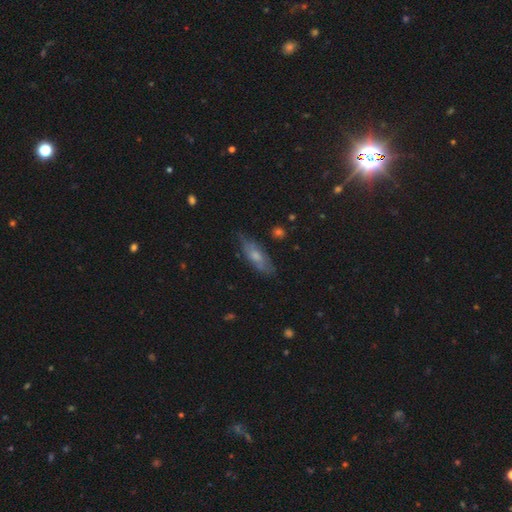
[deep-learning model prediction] Smooth or featured?
  - smooth: 51% *
  - featured or disk: 41%
  - star or artifact: 8%
How rounded?
  - in between: 62% *
  - cigar-shaped: 35%
  - round: 3%
Merging?
  - none: 68% *
  - minor disturbance: 23%
  - major disturbance: 7%
  - merger: 2%